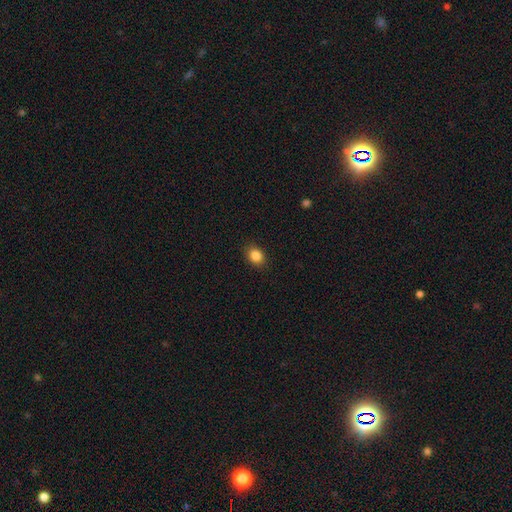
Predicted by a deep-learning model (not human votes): Smooth or featured: smooth — 85% (star or artifact — 10%)
How rounded: in between — 56% (round — 43%)
Merging: none — 89% (minor disturbance — 8%)